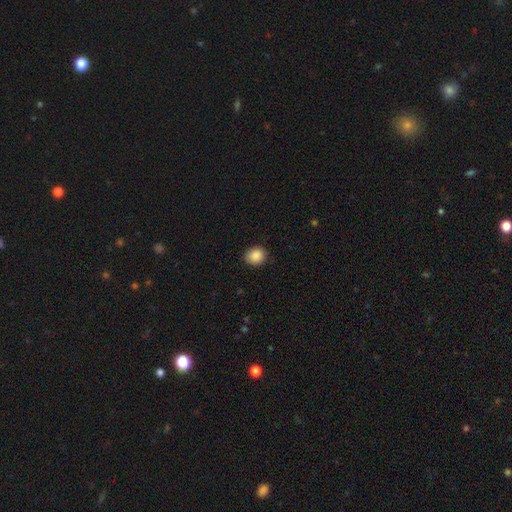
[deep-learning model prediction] This is clearly a smooth galaxy (89%). How rounded: likely round (63%). Merging: clearly none (84%).